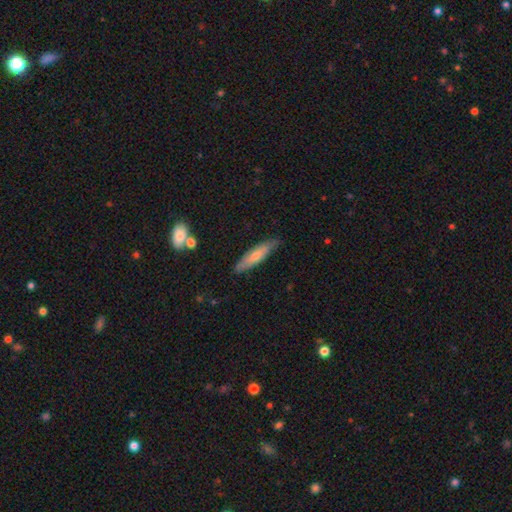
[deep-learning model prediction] This is possibly a smooth galaxy (57%). How rounded: likely cigar-shaped (80%). Merging: likely none (79%).